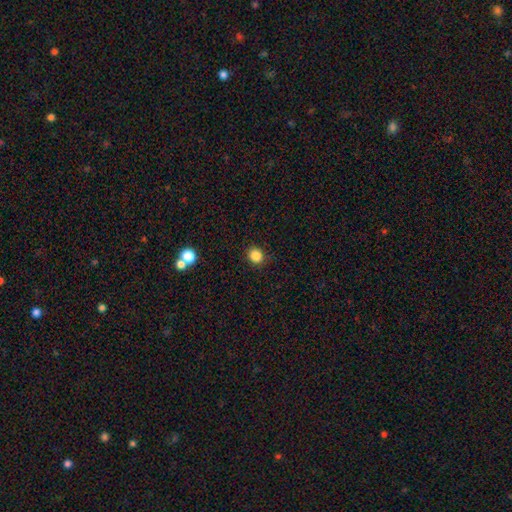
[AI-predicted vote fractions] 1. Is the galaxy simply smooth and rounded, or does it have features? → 85% smooth, 11% star or artifact, 4% featured or disk.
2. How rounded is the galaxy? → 78% round, 21% in between, 1% cigar-shaped.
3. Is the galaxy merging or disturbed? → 88% none, 8% minor disturbance, 2% major disturbance, 2% merger.